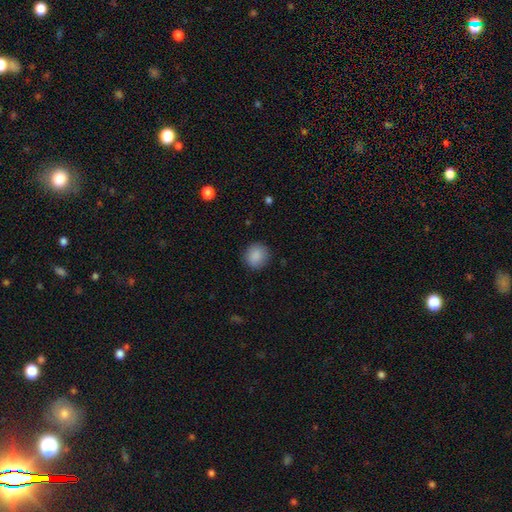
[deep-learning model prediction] Smooth or featured: smooth — 88% (star or artifact — 8%)
How rounded: round — 87% (in between — 12%)
Merging: none — 88% (minor disturbance — 9%)